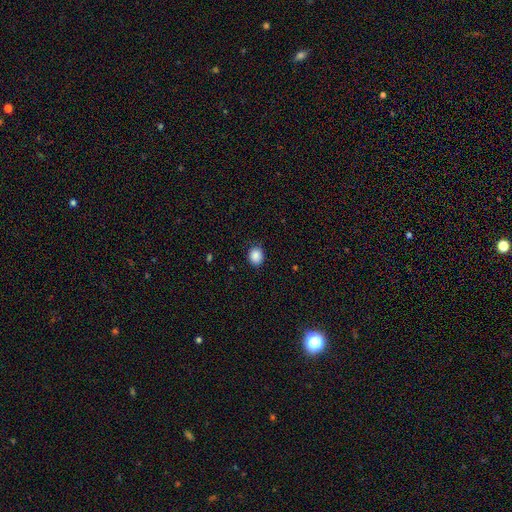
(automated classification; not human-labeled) Smooth or featured? Predicted: smooth (p=0.87). How rounded? Predicted: round (p=0.70). Merging? Predicted: none (p=0.81).